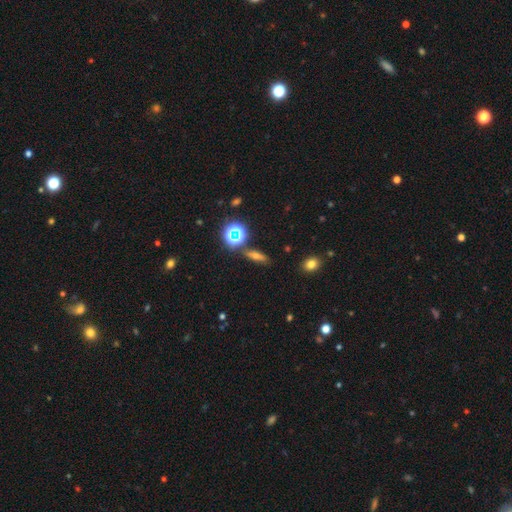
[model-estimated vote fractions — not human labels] Smooth or featured?
  - smooth: 41% *
  - featured or disk: 30%
  - star or artifact: 29%
Merging?
  - none: 81% *
  - minor disturbance: 10%
  - merger: 5%
  - major disturbance: 4%